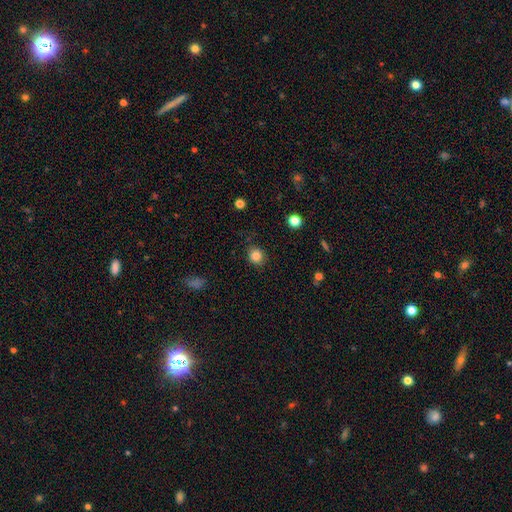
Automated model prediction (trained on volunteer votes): smooth-or-featured: smooth: 85% | star or artifact: 11% | featured or disk: 4%
  how-rounded: round: 80% | in between: 19% | cigar-shaped: 1%
  merging: none: 84% | minor disturbance: 12% | major disturbance: 3% | merger: 2%